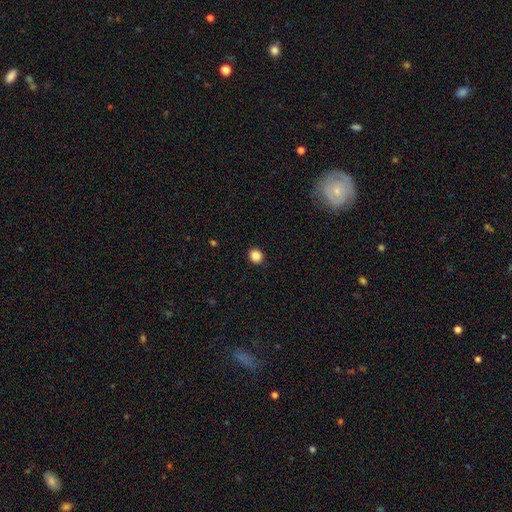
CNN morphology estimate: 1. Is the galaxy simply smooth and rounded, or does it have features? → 86% smooth, 10% star or artifact, 4% featured or disk.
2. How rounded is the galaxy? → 82% round, 17% in between, 1% cigar-shaped.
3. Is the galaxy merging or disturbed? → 92% none, 5% minor disturbance, 2% major disturbance, 1% merger.